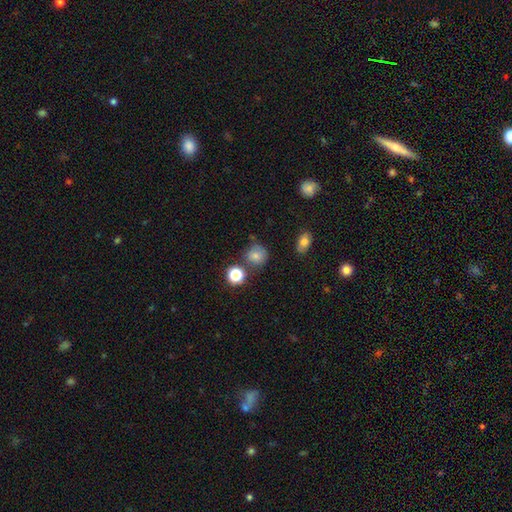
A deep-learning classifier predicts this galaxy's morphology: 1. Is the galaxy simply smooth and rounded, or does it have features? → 72% smooth, 17% star or artifact, 12% featured or disk.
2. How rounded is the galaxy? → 86% round, 13% in between, 1% cigar-shaped.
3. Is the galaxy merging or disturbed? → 68% none, 18% minor disturbance, 8% merger, 5% major disturbance.